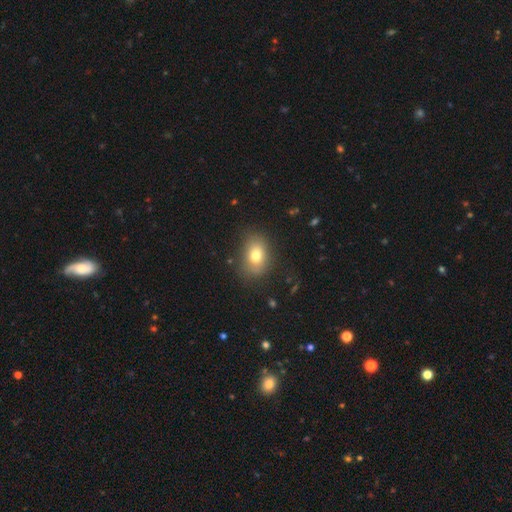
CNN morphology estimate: Smooth or featured?
  - smooth: 76% *
  - featured or disk: 13%
  - star or artifact: 11%
How rounded?
  - in between: 74% *
  - round: 25%
  - cigar-shaped: 1%
Merging?
  - none: 78% *
  - minor disturbance: 15%
  - major disturbance: 5%
  - merger: 2%